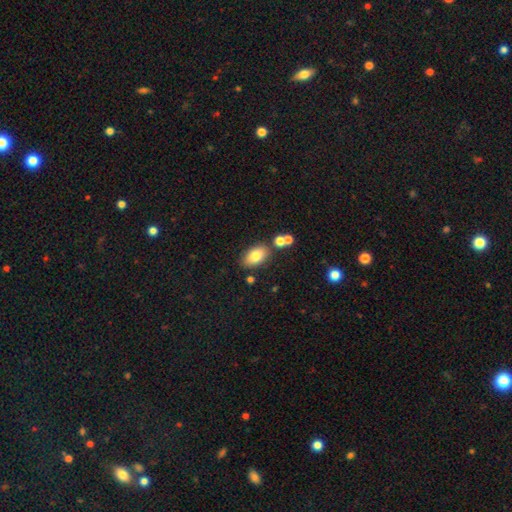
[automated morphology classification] This appears to be a smooth galaxy with no disk features (79%) that is in between round and cigar-shaped (90%). Merging: none (77%).